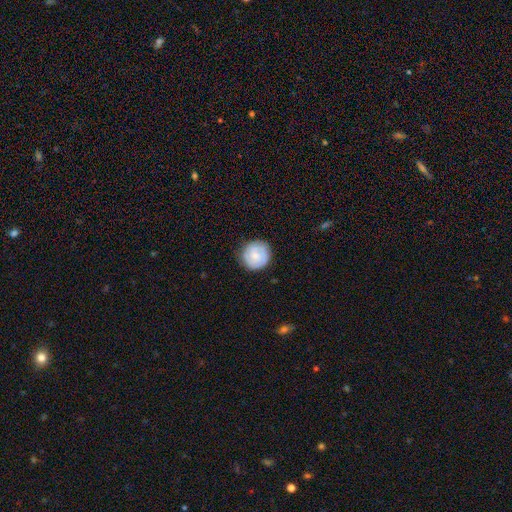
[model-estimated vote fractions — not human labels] Smooth or featured: smooth — 59% (featured or disk — 34%)
How rounded: round — 93% (in between — 6%)
Merging: none — 84% (minor disturbance — 12%)